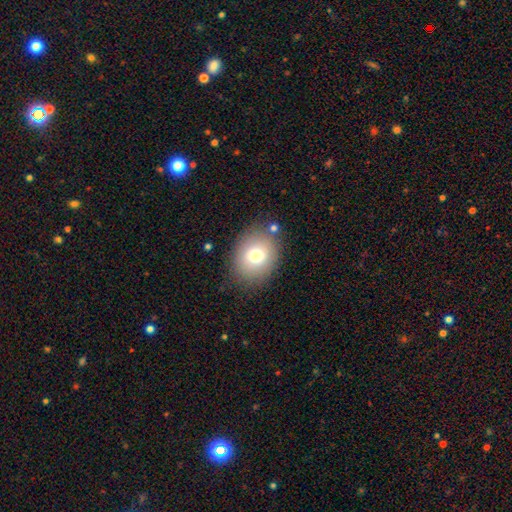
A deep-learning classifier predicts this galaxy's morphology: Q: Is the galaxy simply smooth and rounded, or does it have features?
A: smooth — 73%.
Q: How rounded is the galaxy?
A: in between — 52%.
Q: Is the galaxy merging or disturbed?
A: none — 79%.